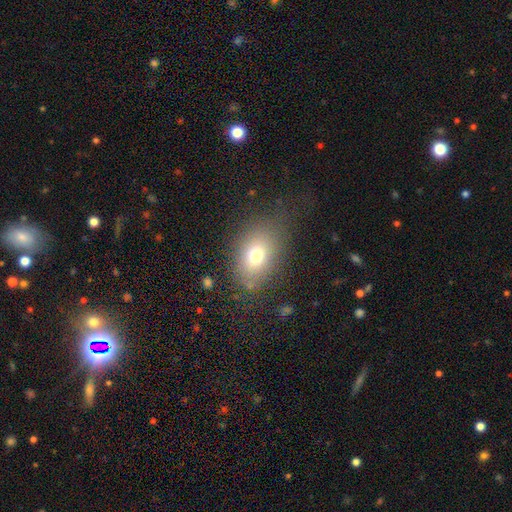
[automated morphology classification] A smooth galaxy with no disk features (71%) that is in between round and cigar-shaped (77%). Merging: none (71%).